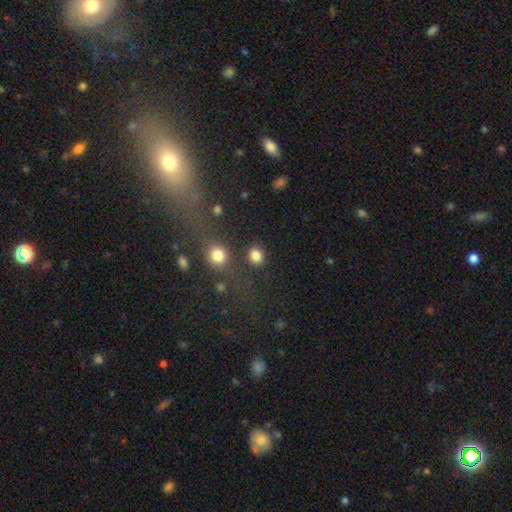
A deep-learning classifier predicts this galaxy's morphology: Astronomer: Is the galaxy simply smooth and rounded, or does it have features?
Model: smooth — 84%.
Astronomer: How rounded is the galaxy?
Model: round — 63%.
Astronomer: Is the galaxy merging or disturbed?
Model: none — 78%.